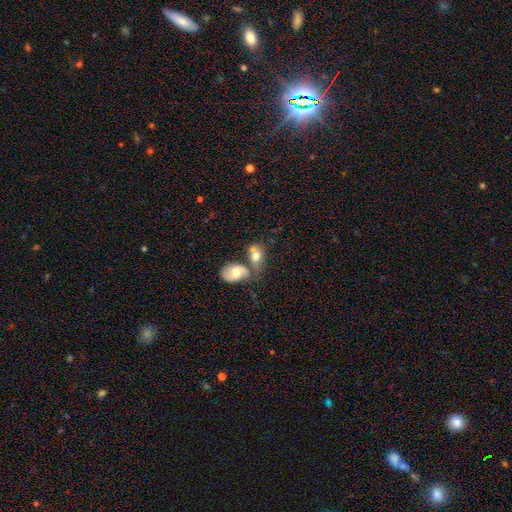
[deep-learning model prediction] smooth_or_featured: smooth (p=0.66) [alt: featured or disk p=0.27]
how_rounded: in between (p=0.80) [alt: round p=0.18]
merging: merger (p=0.52) [alt: none p=0.30]